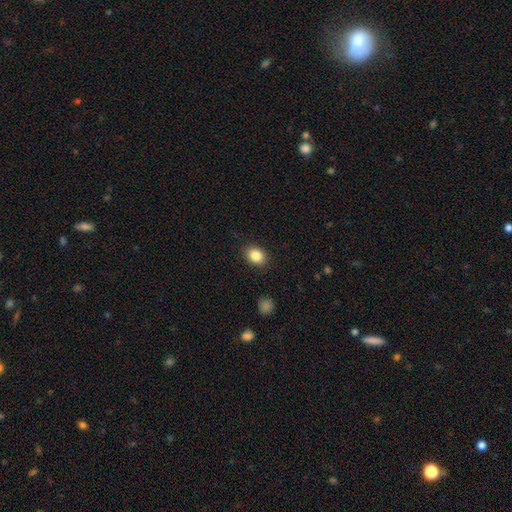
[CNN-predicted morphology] A smooth galaxy with no disk features (85%) that is in between round and cigar-shaped (62%). Merging: none (88%).